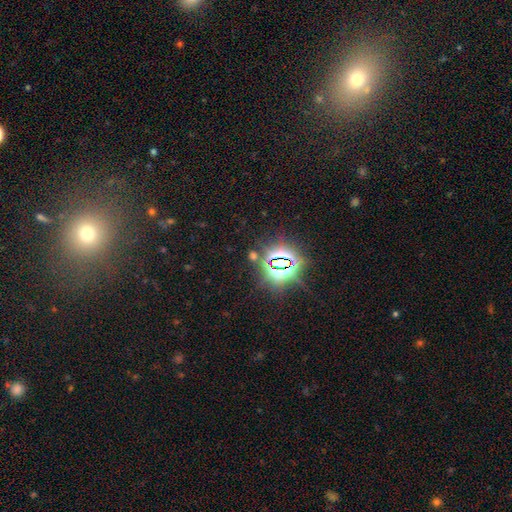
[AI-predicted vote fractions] A star or artifact, not a galaxy (83%).

Vote fractions:
- Smooth or featured? star or artifact: 83% / smooth: 10% / featured or disk: 7%